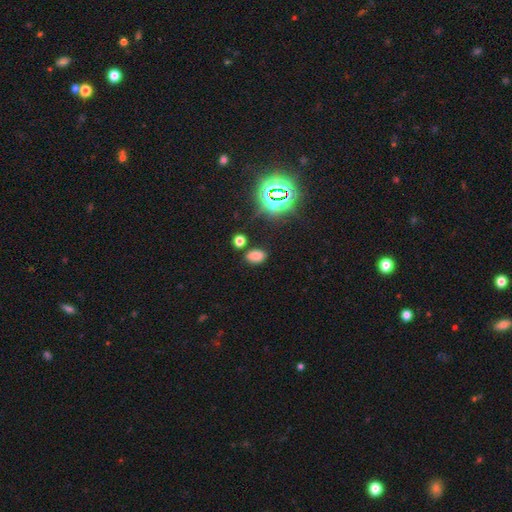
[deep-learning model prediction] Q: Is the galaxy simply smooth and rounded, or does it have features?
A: smooth — 70%.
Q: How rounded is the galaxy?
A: in between — 87%.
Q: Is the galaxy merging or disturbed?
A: none — 81%.